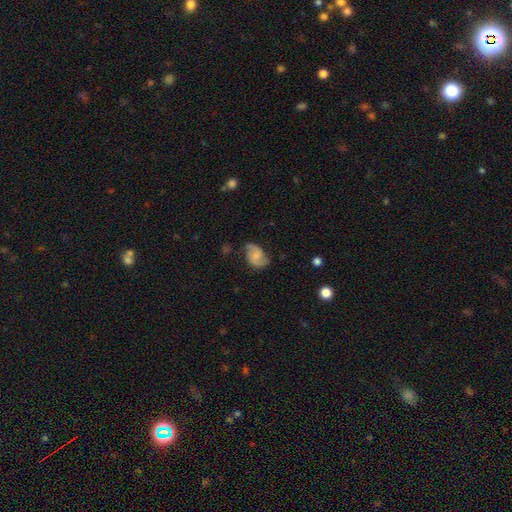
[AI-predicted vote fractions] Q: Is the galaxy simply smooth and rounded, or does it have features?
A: featured or disk — 71%.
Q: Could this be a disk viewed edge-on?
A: no — 98%.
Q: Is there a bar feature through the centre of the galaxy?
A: no — 52%.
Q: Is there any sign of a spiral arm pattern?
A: yes — 95%.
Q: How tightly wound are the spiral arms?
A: medium — 43%, tied with loose.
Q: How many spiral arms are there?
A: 2 — 91%.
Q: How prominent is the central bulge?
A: none — 38%.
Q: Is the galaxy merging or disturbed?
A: none — 70%.